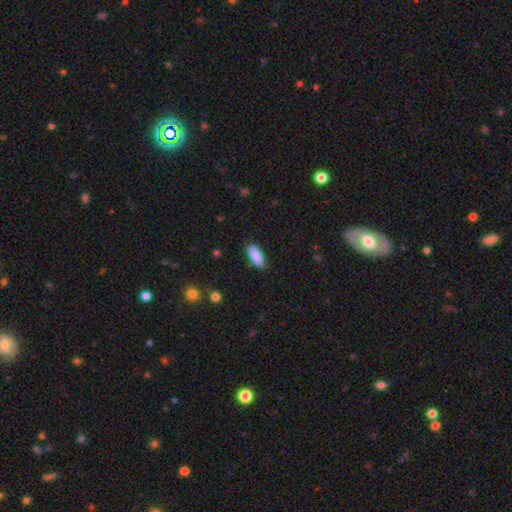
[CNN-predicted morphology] This is clearly a smooth galaxy (88%). How rounded: likely in between (78%). Merging: clearly none (84%).